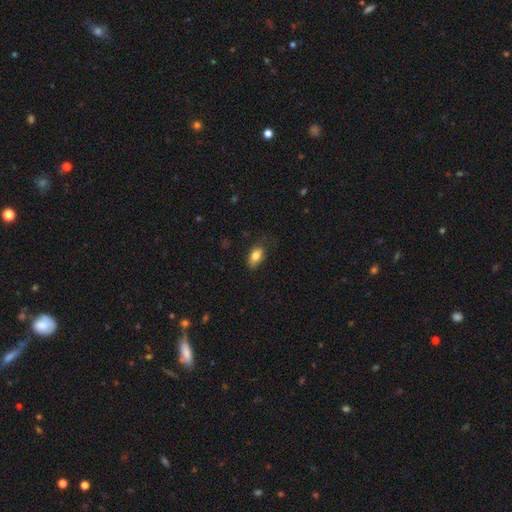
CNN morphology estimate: This is clearly a smooth galaxy (80%). How rounded: clearly in between (88%). Merging: likely none (70%).